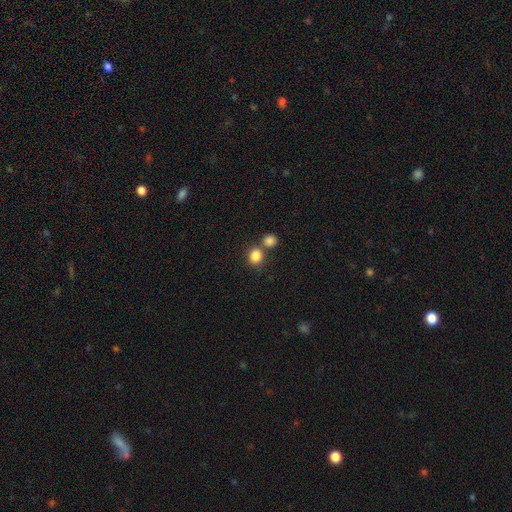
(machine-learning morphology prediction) A smooth galaxy with no disk features (85%) that is round (77%). Merging: none (57%).